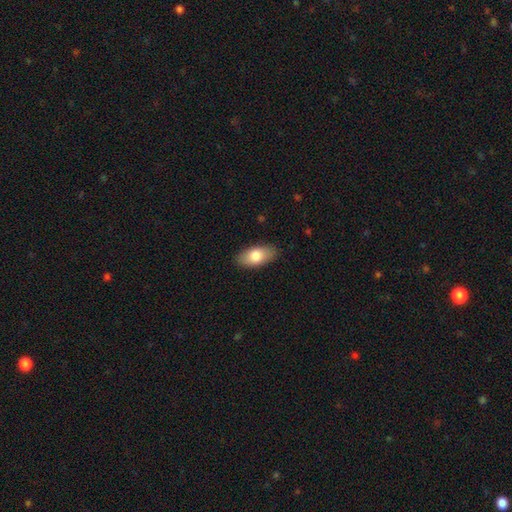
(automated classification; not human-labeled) Overall: smooth (80%). How rounded: in between (92%). Merging: none (87%).